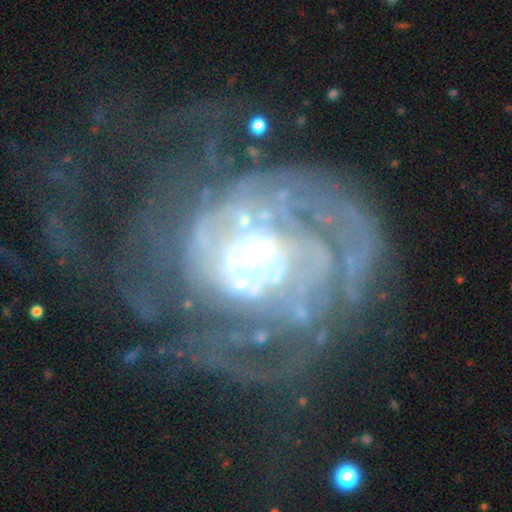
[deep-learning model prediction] Overall: featured or disk (84%). Edge-on disk: no (97%). Bar: no (66%). Spiral arms: yes (81%). Spiral arm count: can't tell (45%; 2 18%). Spiral winding: tight (52%; medium 30%). Bulge size: moderate (61%). Merging: major disturbance (51%; none 31%).